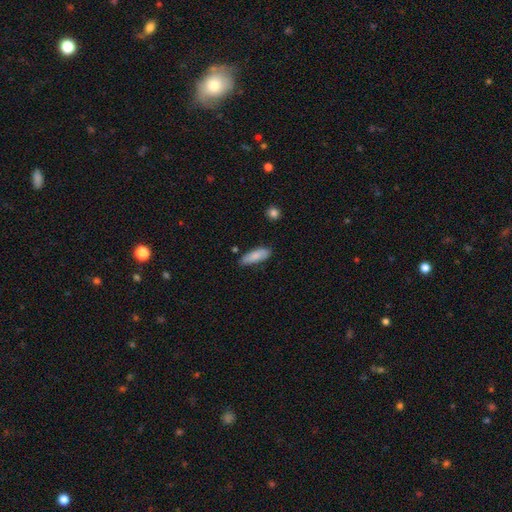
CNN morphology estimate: Overall: smooth (84%). How rounded: in between (62%; cigar-shaped 37%). Merging: none (78%).